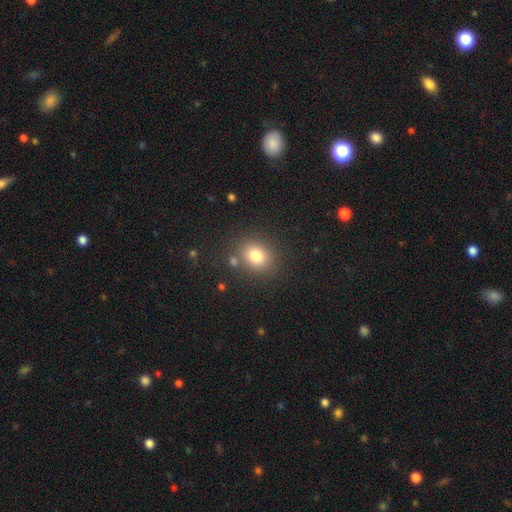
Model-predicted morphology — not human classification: type=smooth (79%); roundness=round (67%); merging=none (80%).